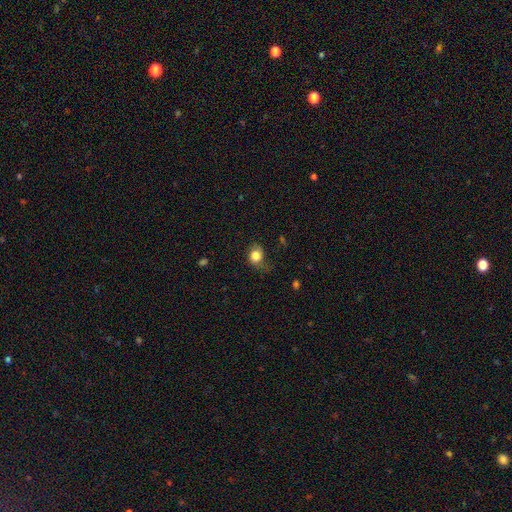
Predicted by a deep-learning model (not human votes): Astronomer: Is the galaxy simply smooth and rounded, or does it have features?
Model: smooth — 80%.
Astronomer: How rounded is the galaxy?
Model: round — 59% (runner-up: in between, 40%).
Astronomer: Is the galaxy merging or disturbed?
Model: none — 47% (runner-up: minor disturbance, 31%).